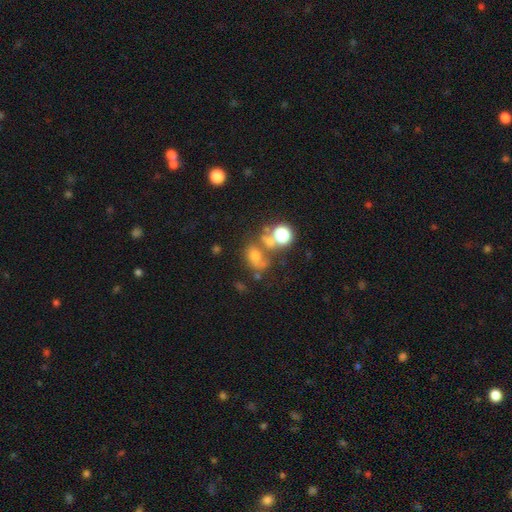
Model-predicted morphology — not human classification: The model was most divided on "merging": merger: 36%, none: 35%, minor disturbance: 14%, major disturbance: 14%. Remaining: smooth or featured — smooth (47%).